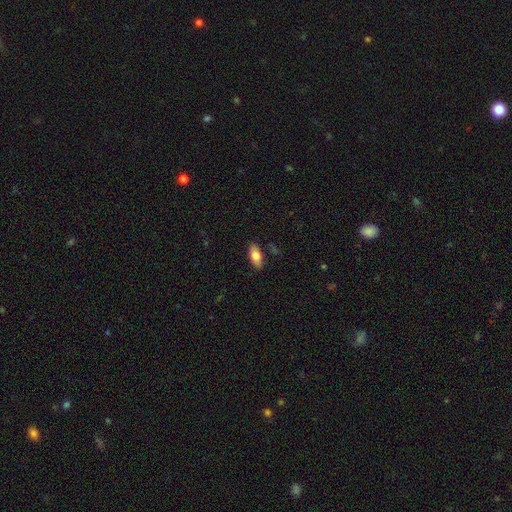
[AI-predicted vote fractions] Morphology: type=smooth (76%); roundness=in between (87%); merging=none (86%).